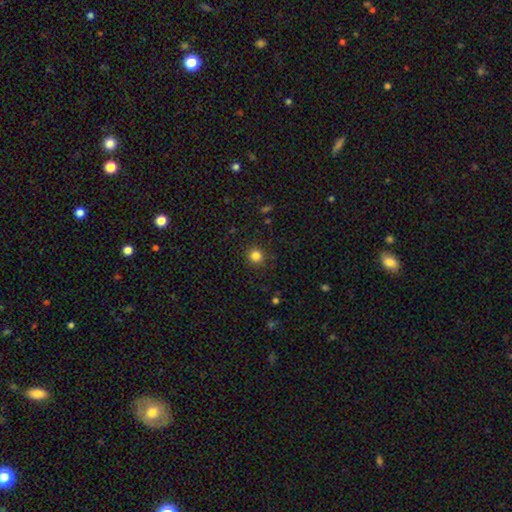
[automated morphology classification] A smooth galaxy with no disk features (83%) that is round (93%). Merging: none (89%).